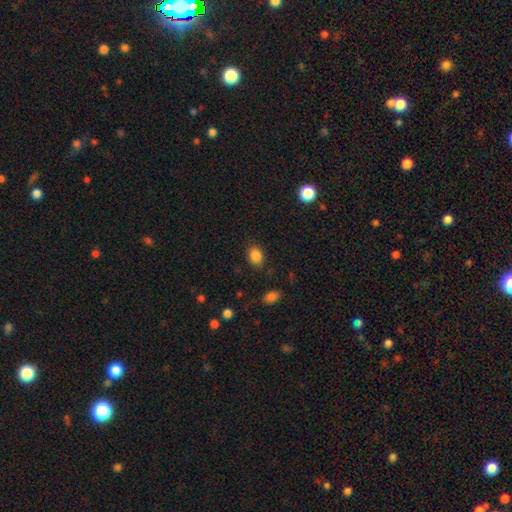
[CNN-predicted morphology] Q: Smooth or featured?
A: smooth (85%); runner-up: star or artifact (10%)
Q: How rounded?
A: in between (62%); runner-up: round (37%)
Q: Merging?
A: none (84%); runner-up: minor disturbance (11%)